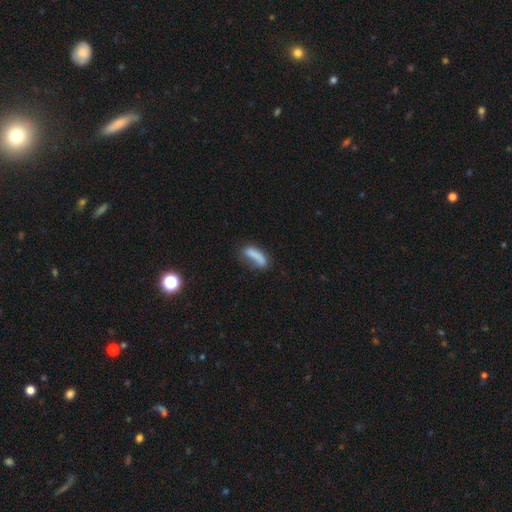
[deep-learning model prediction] smooth 74%, featured or disk 17%, star or artifact 9%. Down the decision tree: how rounded — in between (52%); merging — none (46%).